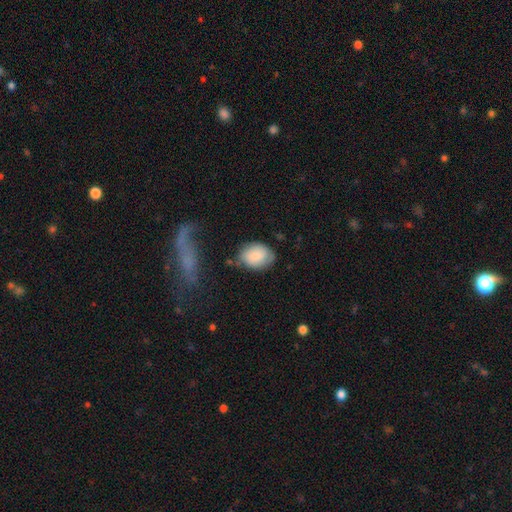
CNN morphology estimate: Smooth or featured? Predicted: smooth (p=0.77). How rounded? Predicted: in between (p=0.63). Merging? Predicted: none (p=0.63).